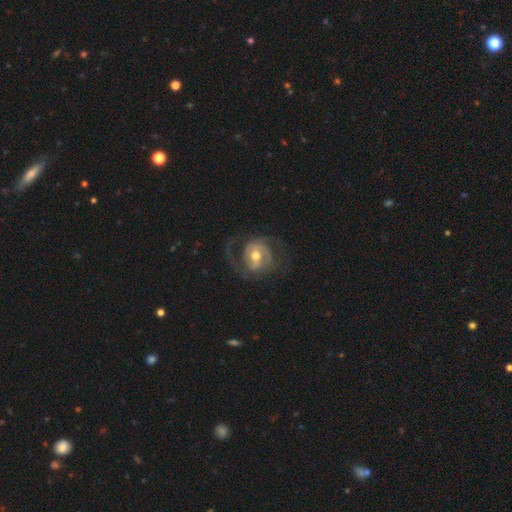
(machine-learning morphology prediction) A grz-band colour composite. It shows a featured or disk galaxy (84%) with no bar (42%), 2 (64%) medium (46%) spiral arms (92%) and a moderate central bulge (75%). Merging: none (64%).